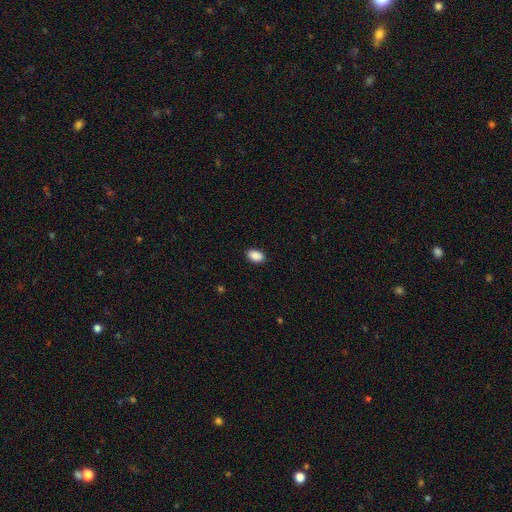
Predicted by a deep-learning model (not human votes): Smooth or featured? smooth (90%)
How rounded? in between (90%)
Merging? none (88%)